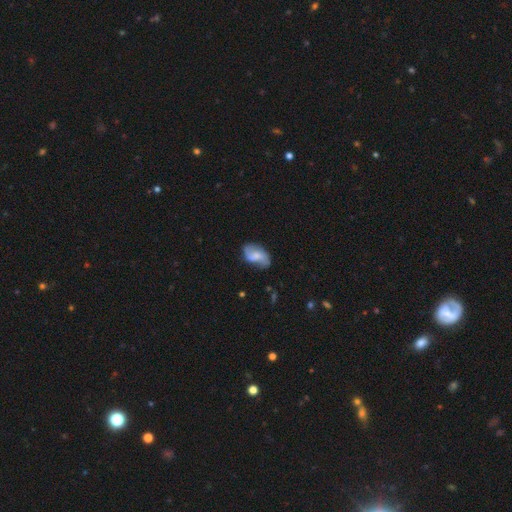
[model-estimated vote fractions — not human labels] featured or disk 54%, smooth 38%, star or artifact 7%. Down the decision tree: edge-on disk — no (96%); bar — no (45%); spiral arms — yes (87%); bulge size — small (35%); merging — none (62%).